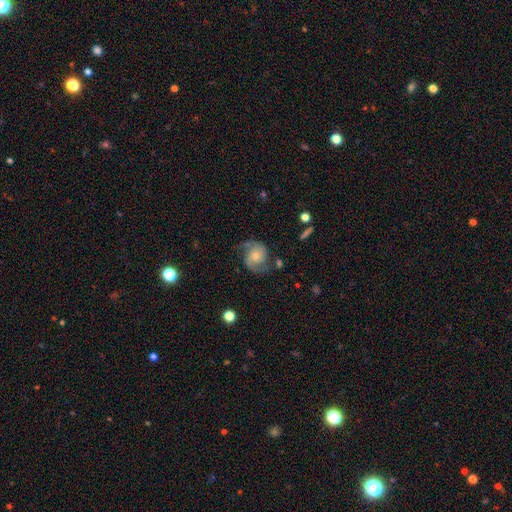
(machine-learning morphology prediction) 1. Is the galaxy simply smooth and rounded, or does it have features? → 81% featured or disk, 12% smooth, 7% star or artifact.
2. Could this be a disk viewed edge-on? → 98% no, 2% yes.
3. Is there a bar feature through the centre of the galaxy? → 69% no, 26% weak, 5% strong.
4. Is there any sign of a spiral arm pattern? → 96% yes, 4% no.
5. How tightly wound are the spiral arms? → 50% medium, 27% loose, 22% tight.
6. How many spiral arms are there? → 92% 2, 3% can't tell, 2% 1, 1% 3, 1% 4, 1% more than 4.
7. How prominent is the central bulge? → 45% moderate, 43% small, 5% large, 5% none, 2% dominant.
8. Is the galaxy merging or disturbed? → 71% none, 18% minor disturbance, 9% major disturbance, 3% merger.